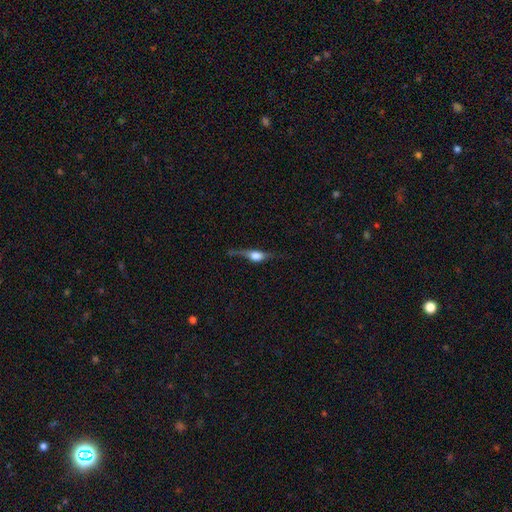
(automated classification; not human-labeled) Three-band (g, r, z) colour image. It shows a featured or disk galaxy (55%) viewed edge-on (88%). Merging: none (50%).